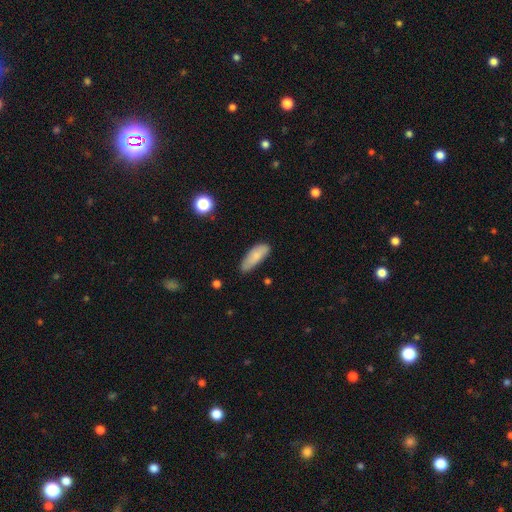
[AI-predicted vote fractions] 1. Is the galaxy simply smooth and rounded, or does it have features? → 81% smooth, 13% featured or disk, 6% star or artifact.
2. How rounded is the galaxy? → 67% in between, 31% cigar-shaped, 2% round.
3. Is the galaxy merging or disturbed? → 68% none, 26% minor disturbance, 4% major disturbance, 2% merger.